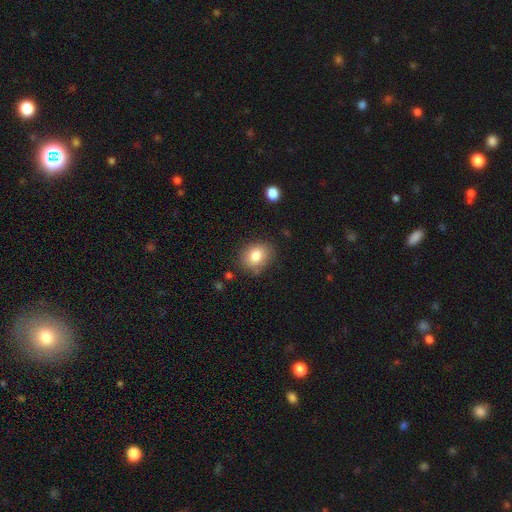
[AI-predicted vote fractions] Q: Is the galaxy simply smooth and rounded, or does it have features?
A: smooth — 82%.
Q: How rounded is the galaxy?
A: round — 51%.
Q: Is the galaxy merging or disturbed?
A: none — 80%.